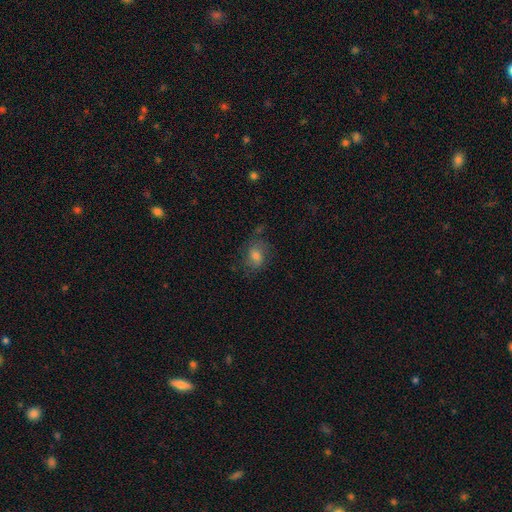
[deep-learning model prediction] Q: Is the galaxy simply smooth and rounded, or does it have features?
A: smooth — 58%.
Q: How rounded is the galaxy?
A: in between — 54%.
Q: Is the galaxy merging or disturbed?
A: none — 67%.